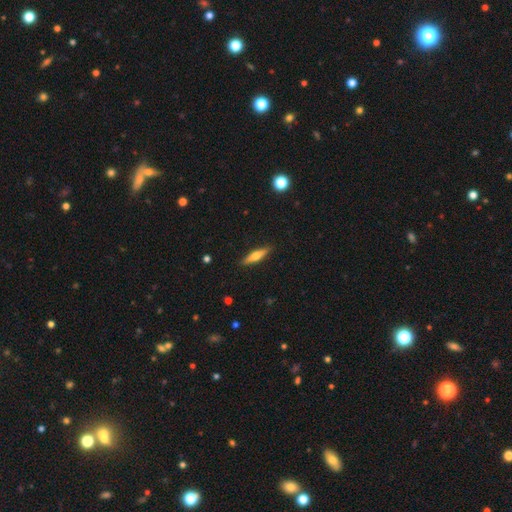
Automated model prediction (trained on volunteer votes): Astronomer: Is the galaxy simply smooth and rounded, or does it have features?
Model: featured or disk — 49% (runner-up: smooth, 45%).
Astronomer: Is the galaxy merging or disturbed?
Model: none — 89%.